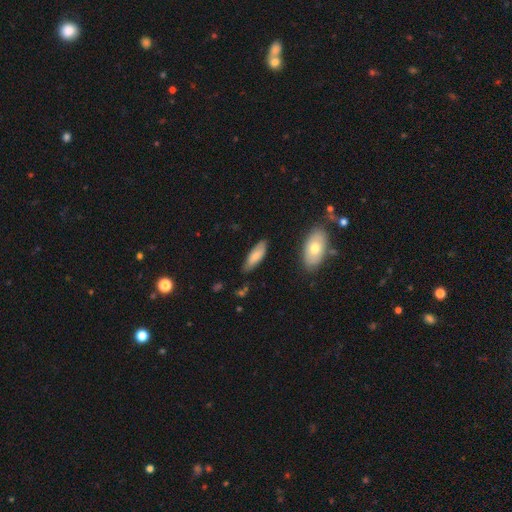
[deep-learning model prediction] smooth 78%, featured or disk 16%, star or artifact 6%. Down the decision tree: how rounded — in between (63%); merging — none (77%).